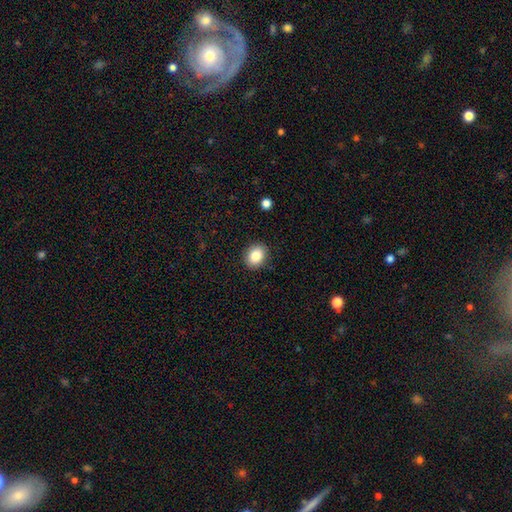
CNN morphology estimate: A smooth galaxy with no disk features (86%) that is in between round and cigar-shaped (51%).

Vote fractions:
- Smooth or featured? smooth: 86% / star or artifact: 9% / featured or disk: 6%
- How rounded? in between: 51% / round: 48% / cigar-shaped: 1%
- Merging? none: 89% / minor disturbance: 8% / major disturbance: 2% / merger: 1%